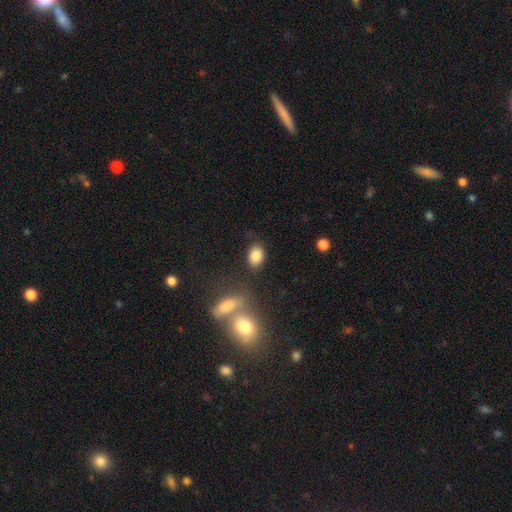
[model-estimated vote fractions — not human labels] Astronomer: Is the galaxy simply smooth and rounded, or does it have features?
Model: smooth — 86%.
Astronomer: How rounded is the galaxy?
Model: in between — 81%.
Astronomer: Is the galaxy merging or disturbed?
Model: none — 79%.